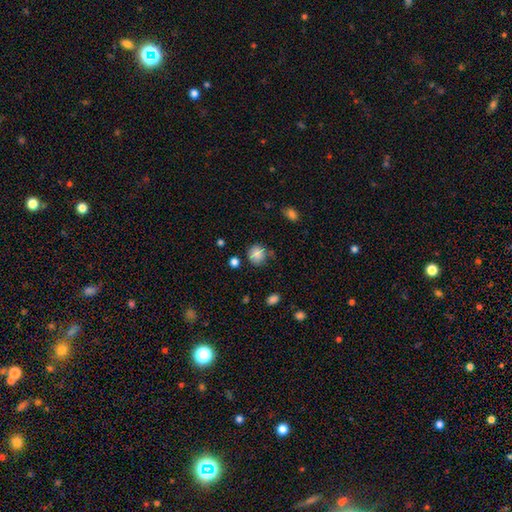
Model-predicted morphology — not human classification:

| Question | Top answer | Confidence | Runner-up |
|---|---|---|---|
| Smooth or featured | smooth | 84% | star or artifact (10%) |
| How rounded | round | 86% | in between (13%) |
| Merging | none | 67% | minor disturbance (23%) |